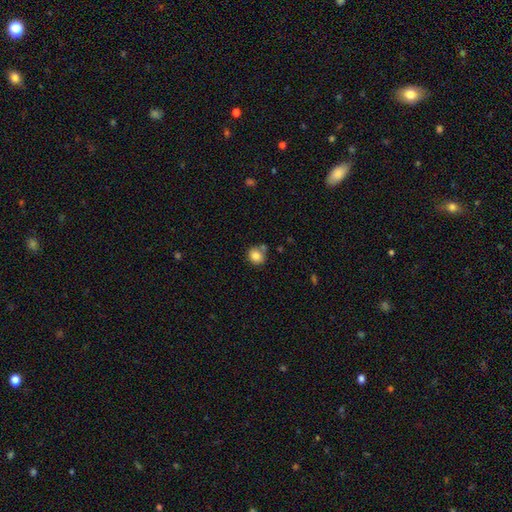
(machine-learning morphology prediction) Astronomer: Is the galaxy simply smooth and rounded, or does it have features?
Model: smooth — 84%.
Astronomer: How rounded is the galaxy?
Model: round — 76%.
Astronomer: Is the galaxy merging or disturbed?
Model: none — 67%.